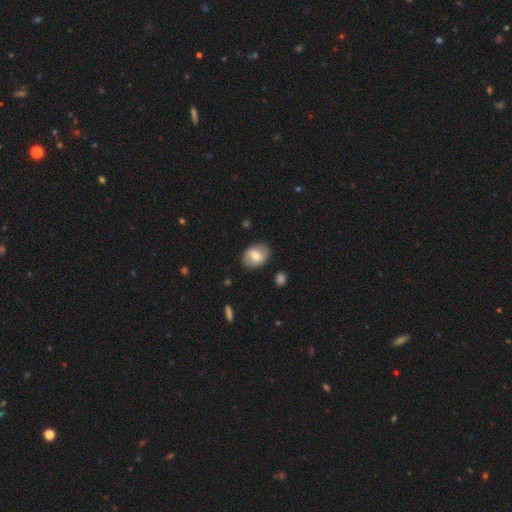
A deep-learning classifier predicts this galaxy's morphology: smooth_or_featured: smooth (p=0.65) [alt: featured or disk p=0.28]
how_rounded: in between (p=0.62) [alt: round p=0.36]
merging: none (p=0.82) [alt: minor disturbance p=0.13]